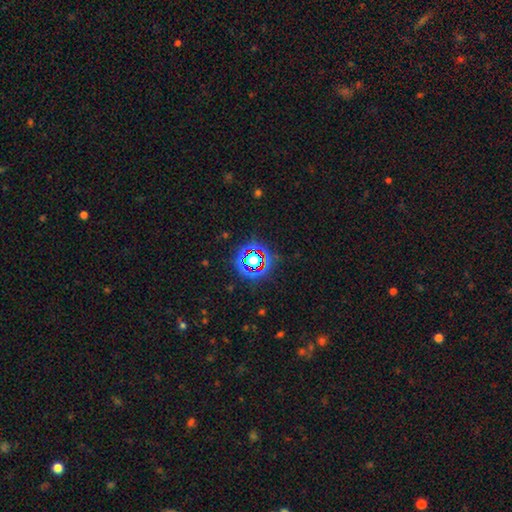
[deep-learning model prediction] The model was most divided on "smooth or featured": star or artifact: 70%, smooth: 19%, featured or disk: 11%.